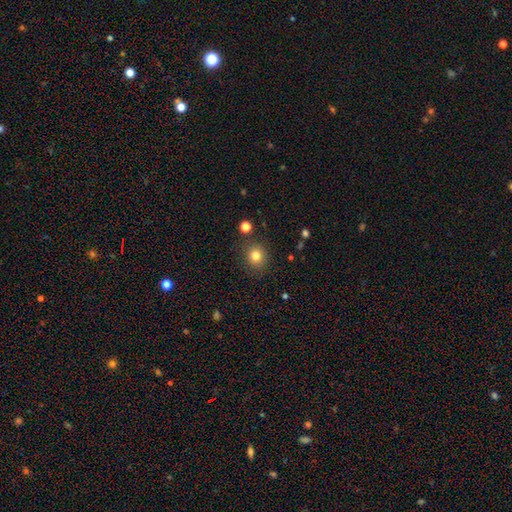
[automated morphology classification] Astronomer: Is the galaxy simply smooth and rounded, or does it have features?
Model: smooth — 82%.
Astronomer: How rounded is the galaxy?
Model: round — 84%.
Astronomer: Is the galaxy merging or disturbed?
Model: none — 85%.